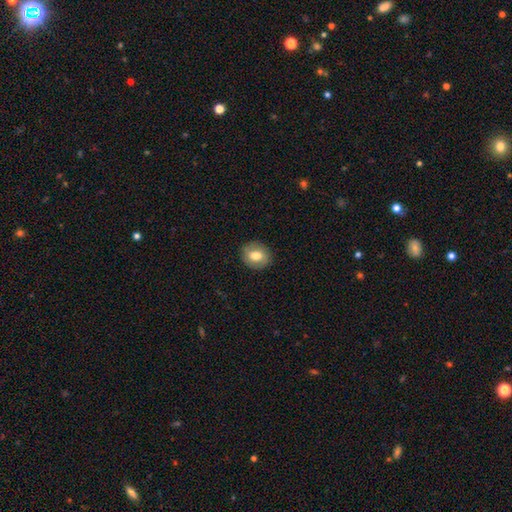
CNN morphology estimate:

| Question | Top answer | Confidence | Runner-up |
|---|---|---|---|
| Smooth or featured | smooth | 71% | featured or disk (21%) |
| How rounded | round | 68% | in between (31%) |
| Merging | none | 87% | minor disturbance (9%) |